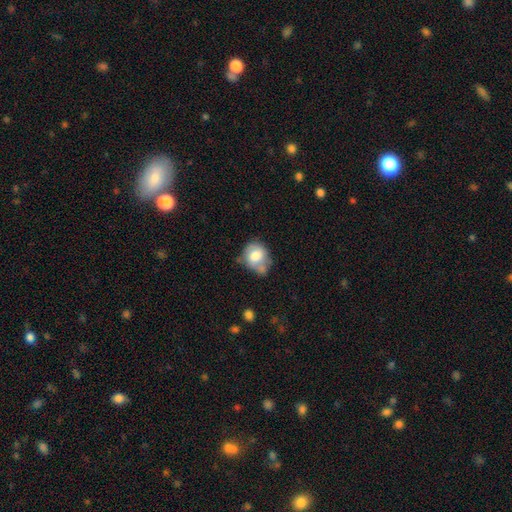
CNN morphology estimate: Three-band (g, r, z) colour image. It shows a smooth galaxy with no disk features (70%) that is round (59%). Merging: none (38%).